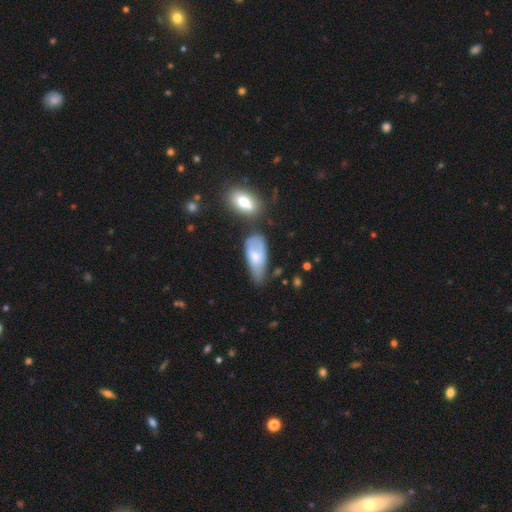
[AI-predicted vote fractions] smooth-or-featured: smooth: 61% | featured or disk: 32% | star or artifact: 7%
  how-rounded: in between: 87% | cigar-shaped: 9% | round: 3%
  merging: minor disturbance: 38% | none: 33% | major disturbance: 19% | merger: 10%